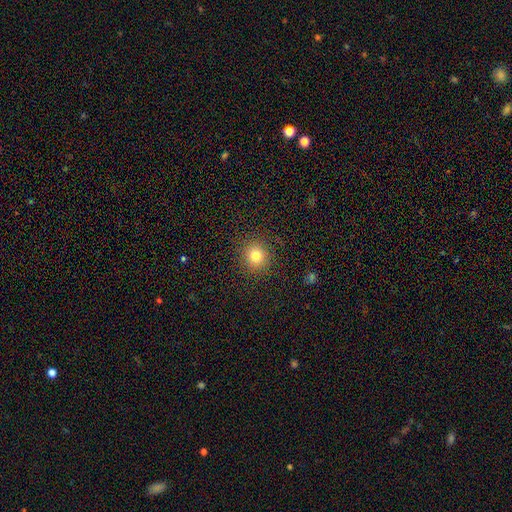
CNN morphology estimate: A smooth galaxy with no disk features (80%) that is round (91%). Merging: none (90%).